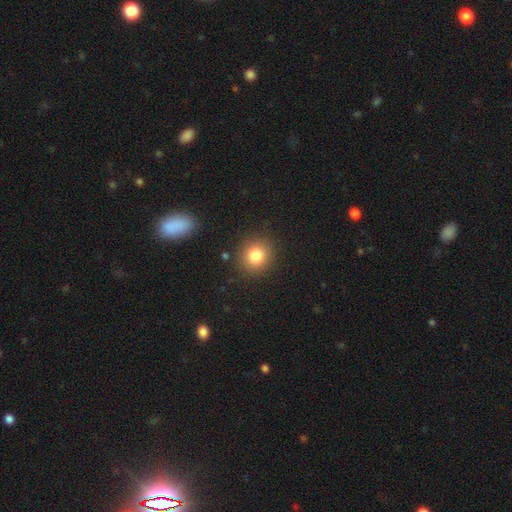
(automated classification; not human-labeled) smooth_or_featured: smooth (p=0.82) [alt: star or artifact p=0.11]
how_rounded: round (p=0.88) [alt: in between p=0.11]
merging: none (p=0.89) [alt: minor disturbance p=0.07]